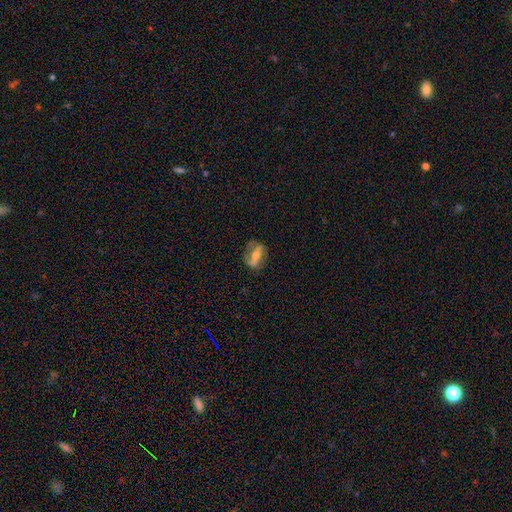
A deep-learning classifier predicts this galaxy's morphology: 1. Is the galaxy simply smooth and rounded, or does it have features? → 61% featured or disk, 31% smooth, 7% star or artifact.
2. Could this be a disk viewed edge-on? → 83% no, 17% yes.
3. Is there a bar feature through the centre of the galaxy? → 64% strong, 20% weak, 15% no.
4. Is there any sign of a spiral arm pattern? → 57% yes, 43% no.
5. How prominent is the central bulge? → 53% moderate, 38% small, 5% large, 3% none, 1% dominant.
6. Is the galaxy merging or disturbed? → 71% none, 18% minor disturbance, 9% major disturbance, 2% merger.